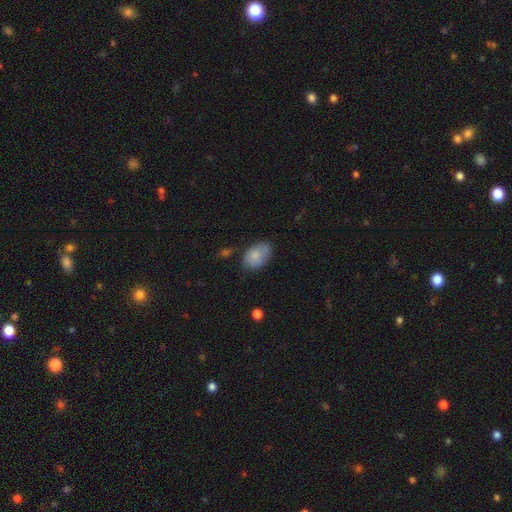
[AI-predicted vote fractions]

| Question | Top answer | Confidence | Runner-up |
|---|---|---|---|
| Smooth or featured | smooth | 79% | featured or disk (14%) |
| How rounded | in between | 86% | round (13%) |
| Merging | none | 65% | minor disturbance (24%) |